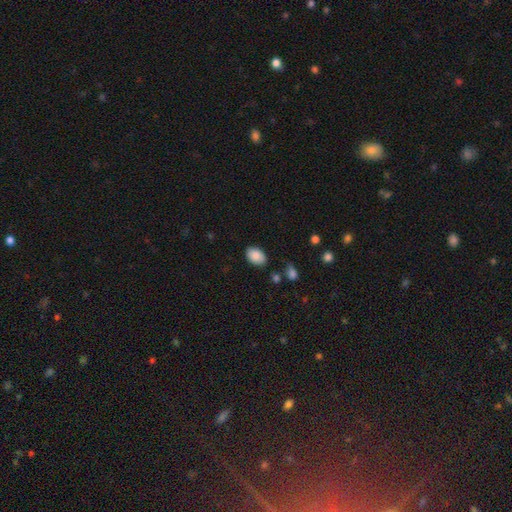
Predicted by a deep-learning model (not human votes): Smooth or featured? smooth (88%)
How rounded? in between (87%)
Merging? none (82%)